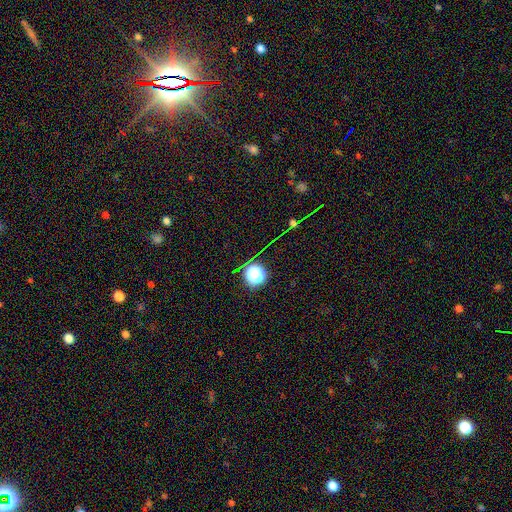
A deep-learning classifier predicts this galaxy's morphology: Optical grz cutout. It shows a star or artifact, not a galaxy (78%).